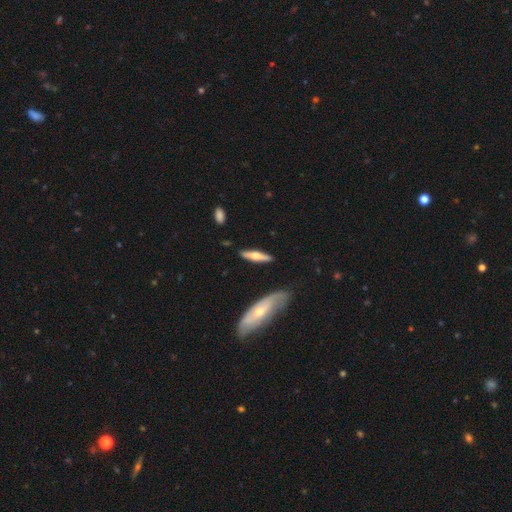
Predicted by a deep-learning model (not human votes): Smooth or featured: featured or disk — 54% (smooth — 41%)
Edge-on disk: yes — 91% (no — 9%)
Merging: none — 85% (minor disturbance — 10%)